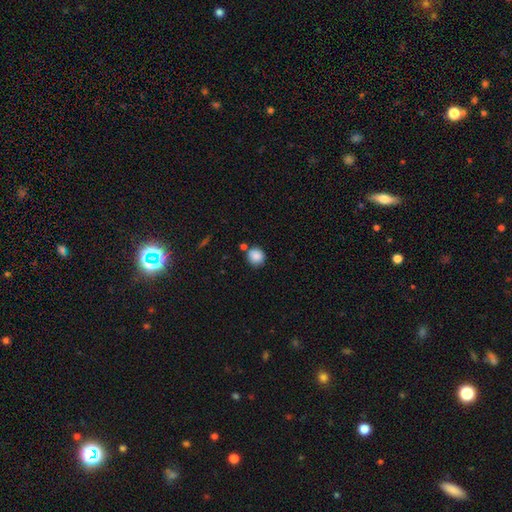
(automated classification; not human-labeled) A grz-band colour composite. It shows a smooth galaxy with no disk features (87%) that is round (88%). Merging: none (72%).